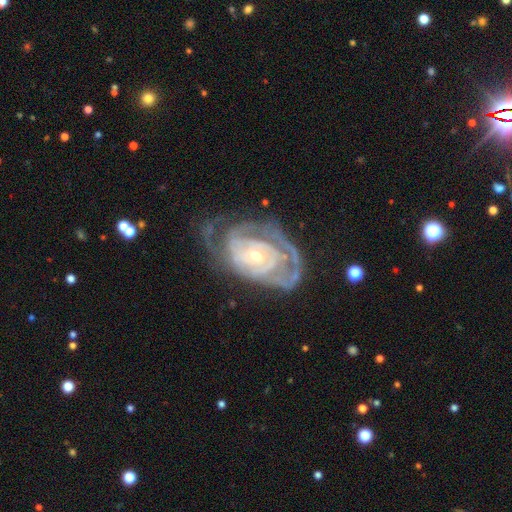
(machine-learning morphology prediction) Smooth or featured? featured or disk (88%)
Edge-on disk? no (96%)
Bar? no (69%)
Spiral arms? yes (93%)
Spiral winding? tight (67%)
Spiral arm count? can't tell (34%)
Bulge size? small (60%)
Merging? none (52%)